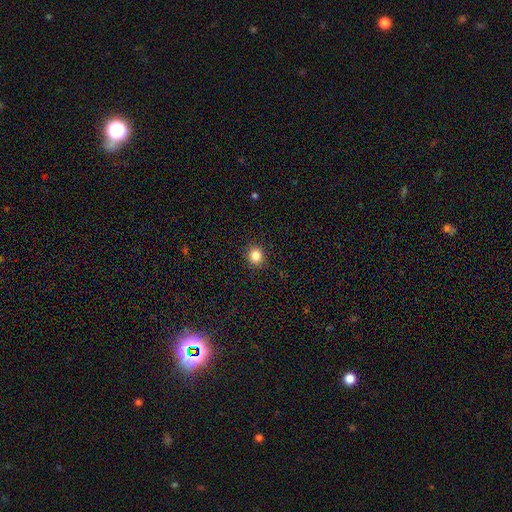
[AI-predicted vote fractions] Smooth or featured: smooth — 85% (star or artifact — 11%)
How rounded: round — 86% (in between — 13%)
Merging: none — 91% (minor disturbance — 6%)